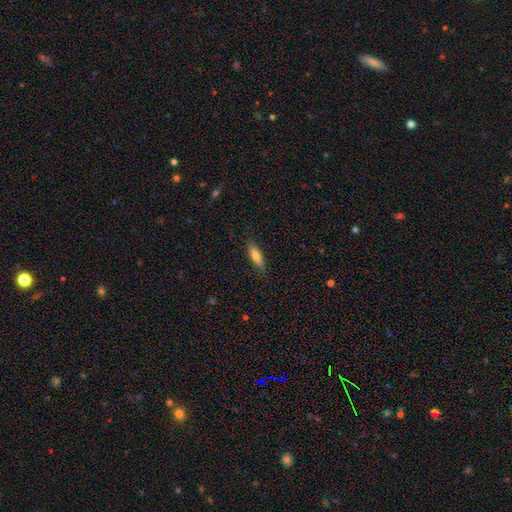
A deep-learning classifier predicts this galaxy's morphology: Q: Smooth or featured?
A: smooth (73%); runner-up: featured or disk (20%)
Q: How rounded?
A: cigar-shaped (50%); runner-up: in between (48%)
Q: Merging?
A: none (86%); runner-up: minor disturbance (11%)